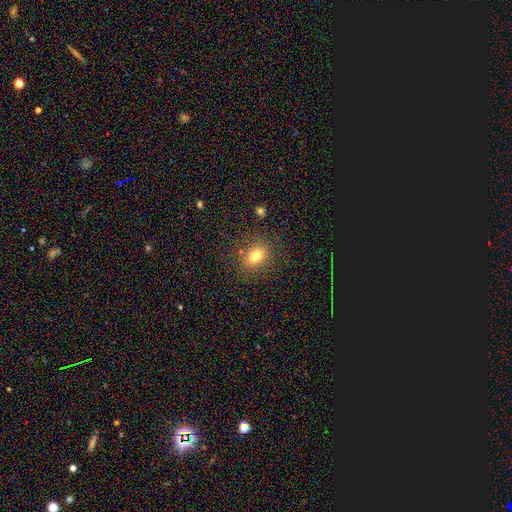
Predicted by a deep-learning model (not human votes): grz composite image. It shows a smooth galaxy with no disk features (76%) that is in between round and cigar-shaped (55%). Merging: none (83%).